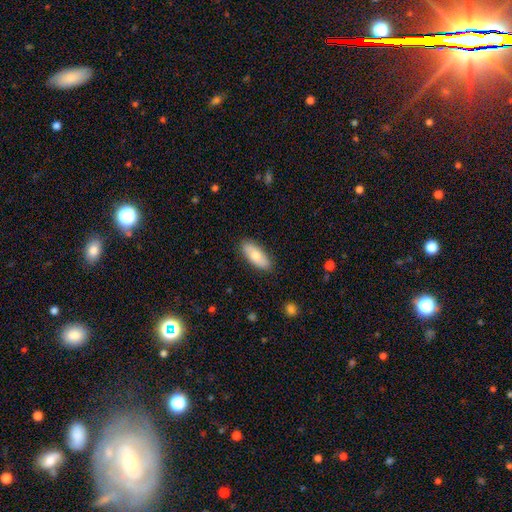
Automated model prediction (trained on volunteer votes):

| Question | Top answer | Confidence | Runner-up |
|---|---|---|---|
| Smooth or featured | smooth | 74% | featured or disk (21%) |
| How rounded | in between | 82% | cigar-shaped (16%) |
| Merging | none | 87% | minor disturbance (10%) |